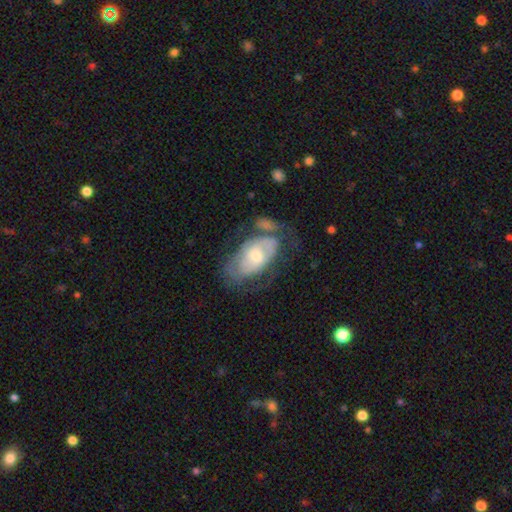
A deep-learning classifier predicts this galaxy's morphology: Smooth or featured? Predicted: featured or disk (p=0.62). Edge-on disk? Predicted: no (p=0.93). Bar? Predicted: no (p=0.66). Spiral arms? Predicted: yes (p=0.68). Bulge size? Predicted: moderate (p=0.49). Merging? Predicted: none (p=0.40).